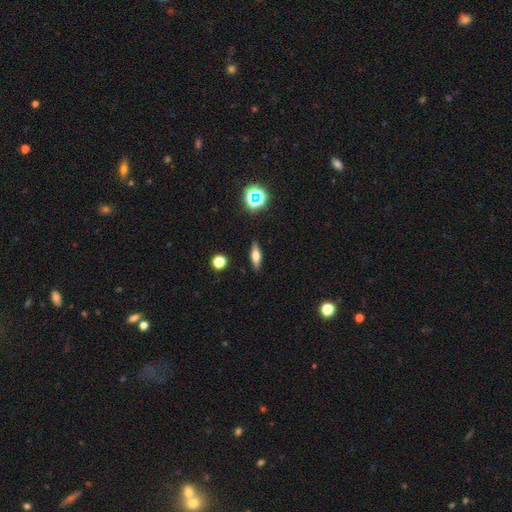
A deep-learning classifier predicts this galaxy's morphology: type=smooth (50%); roundness=cigar-shaped (50%); merging=none (88%).